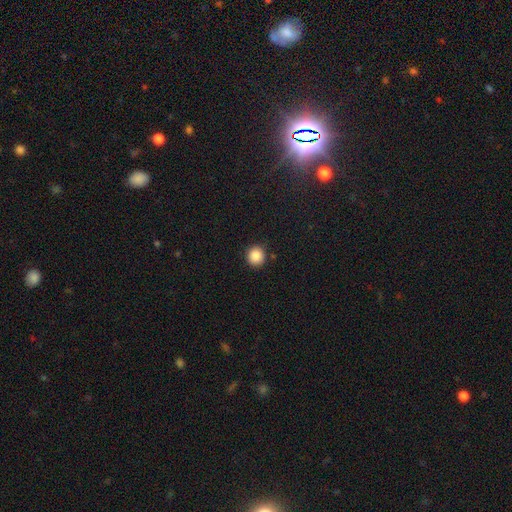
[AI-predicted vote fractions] This appears to be a smooth galaxy with no disk features (88%) that is round (93%). Merging: none (90%).